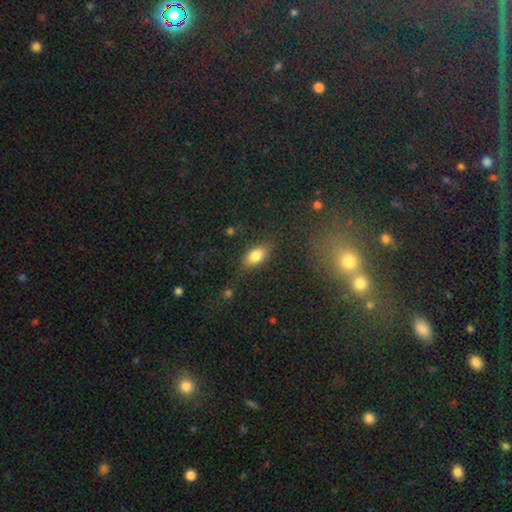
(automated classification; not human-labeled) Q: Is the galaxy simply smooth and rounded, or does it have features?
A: smooth — 77%.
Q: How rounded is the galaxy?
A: in between — 83%.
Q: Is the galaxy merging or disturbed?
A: none — 79%.